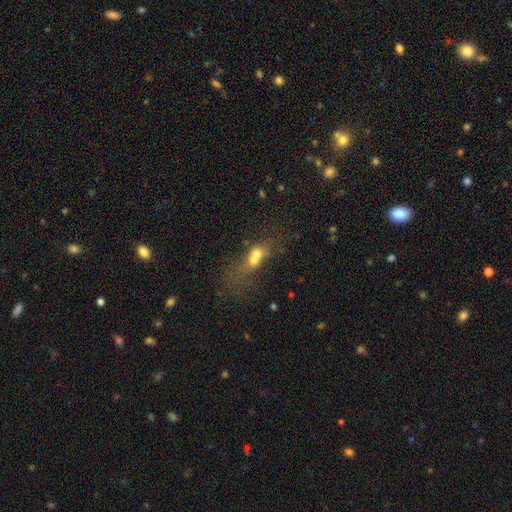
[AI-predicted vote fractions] A smooth galaxy with no disk features (53%) that is in between round and cigar-shaped (47%).

Vote fractions:
- Smooth or featured? smooth: 53% / featured or disk: 30% / star or artifact: 17%
- How rounded? in between: 47% / round: 37% / cigar-shaped: 15%
- Merging? merger: 63% / none: 19% / major disturbance: 10% / minor disturbance: 8%